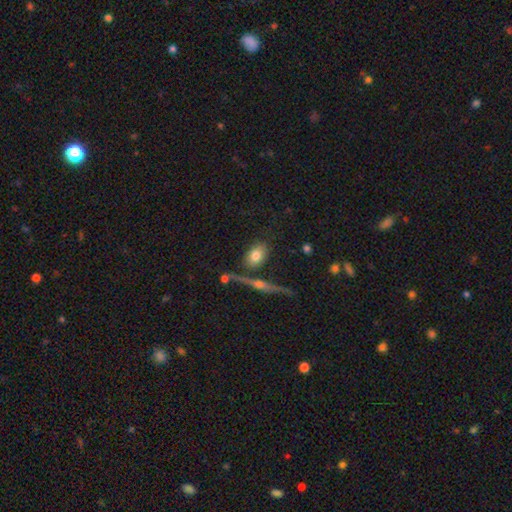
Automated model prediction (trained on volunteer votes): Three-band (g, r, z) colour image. It shows a smooth galaxy with no disk features (74%) that is in between round and cigar-shaped (76%). Merging: none (69%).